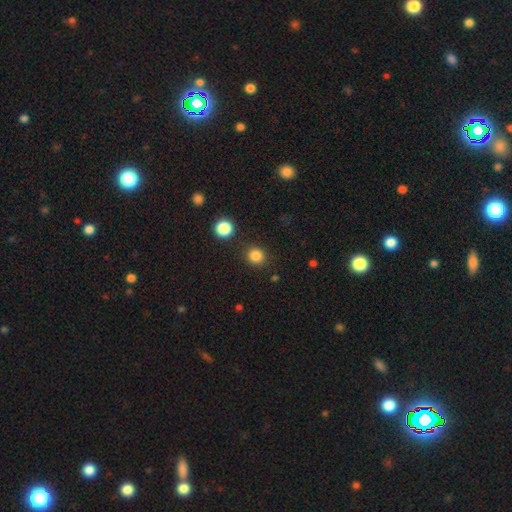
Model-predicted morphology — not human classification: Q: Smooth or featured?
A: smooth (84%); runner-up: star or artifact (13%)
Q: How rounded?
A: round (90%); runner-up: in between (9%)
Q: Merging?
A: none (89%); runner-up: minor disturbance (6%)